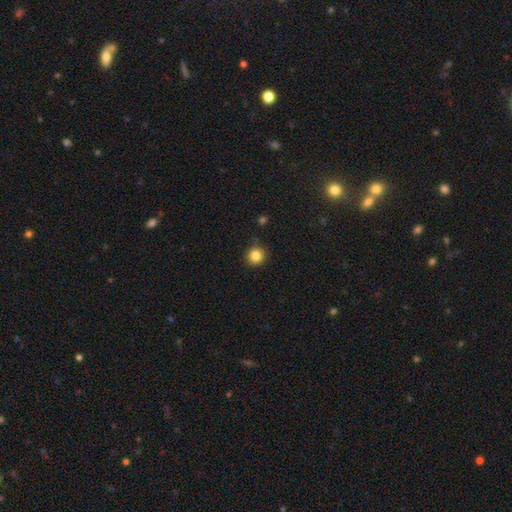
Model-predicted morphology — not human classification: Q: Smooth or featured?
A: smooth (84%); runner-up: star or artifact (11%)
Q: How rounded?
A: round (93%); runner-up: in between (6%)
Q: Merging?
A: none (87%); runner-up: minor disturbance (9%)